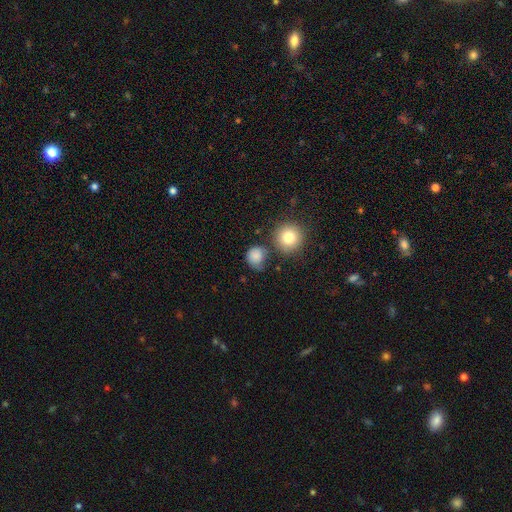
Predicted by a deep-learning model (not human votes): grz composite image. It shows a smooth galaxy with no disk features (82%) that is round (85%). Merging: none (57%).